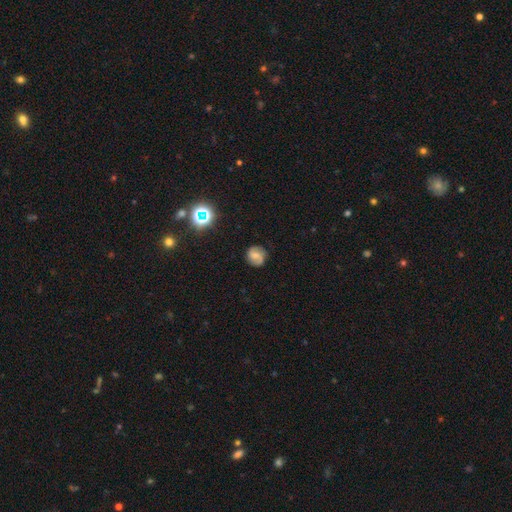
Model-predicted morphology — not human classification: Q: Smooth or featured?
A: featured or disk (46%); runner-up: smooth (42%)
Q: Merging?
A: none (78%); runner-up: minor disturbance (16%)